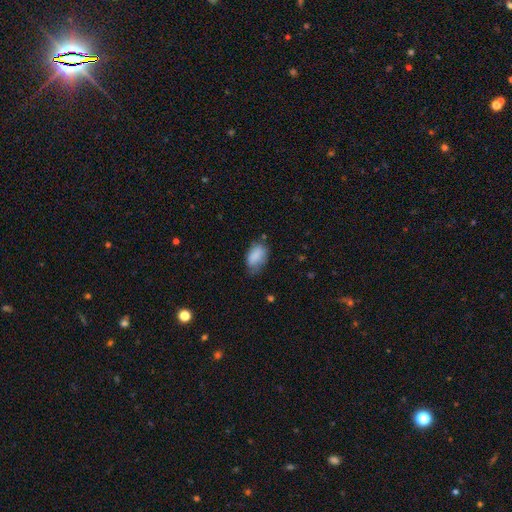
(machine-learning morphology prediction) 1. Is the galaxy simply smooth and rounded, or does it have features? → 86% smooth, 7% star or artifact, 7% featured or disk.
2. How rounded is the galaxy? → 91% in between, 7% round, 2% cigar-shaped.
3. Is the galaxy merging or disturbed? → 57% none, 33% minor disturbance, 8% major disturbance, 2% merger.